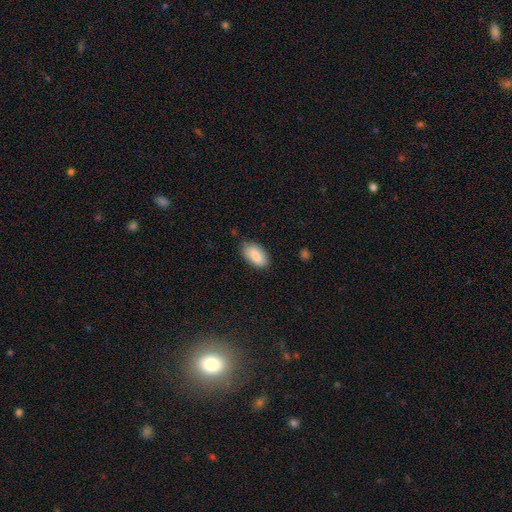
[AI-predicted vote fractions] A smooth galaxy with no disk features (85%) that is in between round and cigar-shaped (93%).

Vote fractions:
- Smooth or featured? smooth: 85% / featured or disk: 8% / star or artifact: 7%
- How rounded? in between: 93% / round: 4% / cigar-shaped: 3%
- Merging? none: 77% / minor disturbance: 18% / major disturbance: 3% / merger: 2%